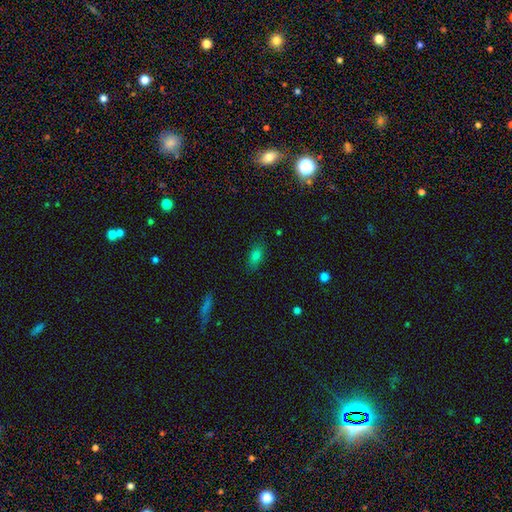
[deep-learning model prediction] A smooth galaxy with no disk features (75%) that is in between round and cigar-shaped (80%). Merging: none (82%).